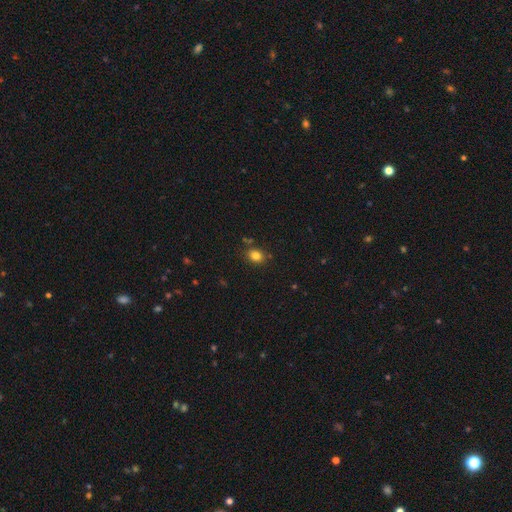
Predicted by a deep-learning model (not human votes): smooth_or_featured: smooth (p=0.81) [alt: star or artifact p=0.13]
how_rounded: round (p=0.57) [alt: in between p=0.42]
merging: none (p=0.80) [alt: minor disturbance p=0.12]